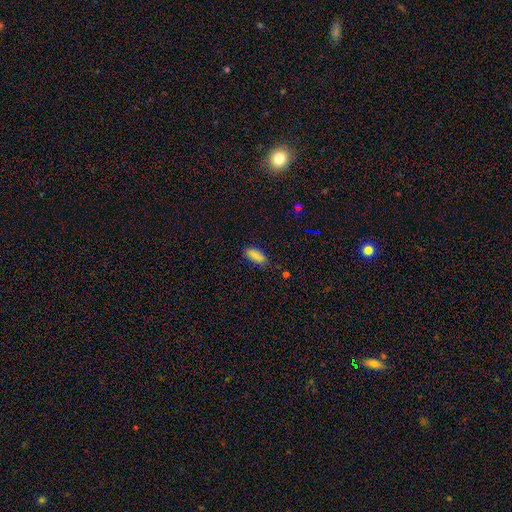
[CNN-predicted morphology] Smooth or featured? Predicted: smooth (p=0.87). How rounded? Predicted: in between (p=0.84). Merging? Predicted: none (p=0.76).